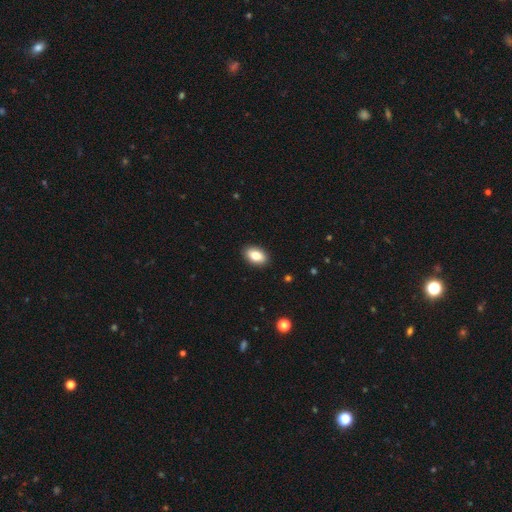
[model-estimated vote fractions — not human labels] Smooth or featured? smooth (83%)
How rounded? in between (89%)
Merging? none (90%)